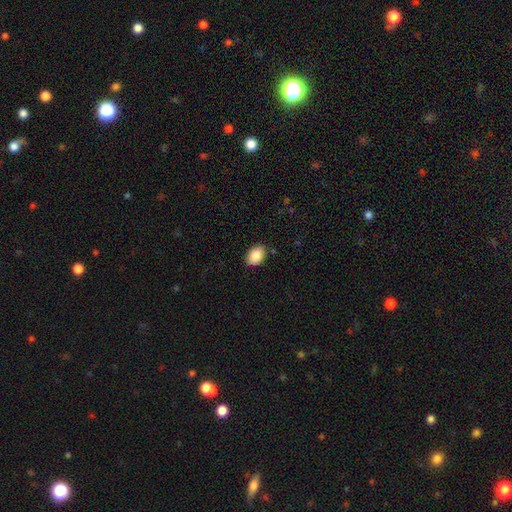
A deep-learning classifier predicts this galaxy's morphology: Q: Smooth or featured?
A: smooth (87%); runner-up: star or artifact (8%)
Q: How rounded?
A: in between (80%); runner-up: round (19%)
Q: Merging?
A: none (86%); runner-up: minor disturbance (11%)